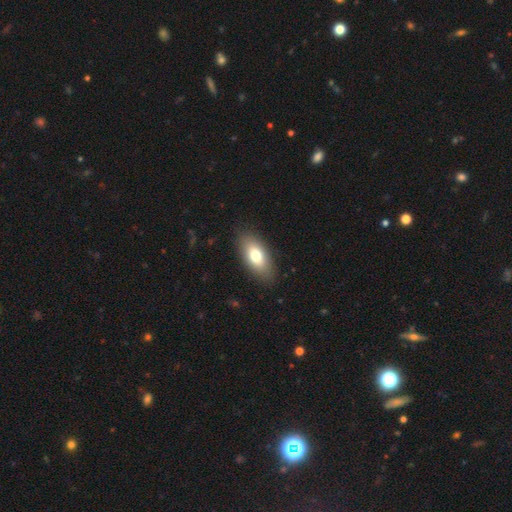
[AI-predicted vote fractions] Overall: smooth (75%). How rounded: in between (88%). Merging: none (87%).